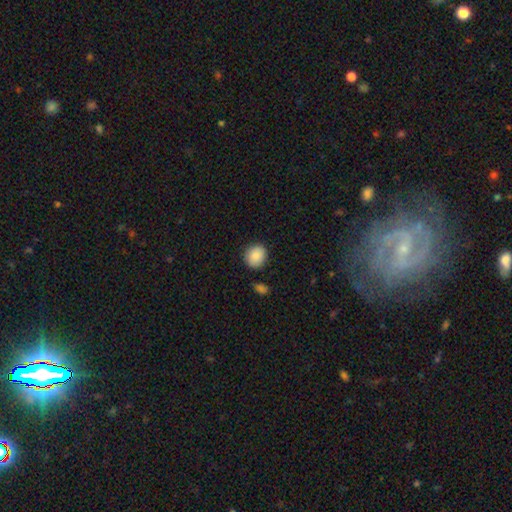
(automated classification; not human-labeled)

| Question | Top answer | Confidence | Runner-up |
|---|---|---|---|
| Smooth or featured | smooth | 88% | star or artifact (7%) |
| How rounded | round | 77% | in between (22%) |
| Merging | none | 84% | minor disturbance (11%) |